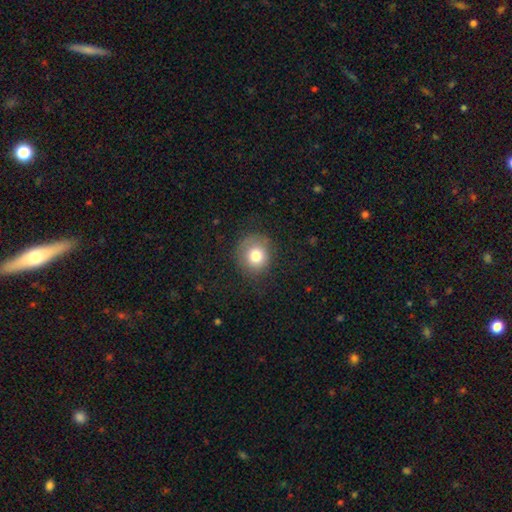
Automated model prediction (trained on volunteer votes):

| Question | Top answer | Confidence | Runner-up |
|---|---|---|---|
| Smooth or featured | smooth | 78% | featured or disk (11%) |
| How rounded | round | 87% | in between (12%) |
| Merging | none | 78% | minor disturbance (15%) |